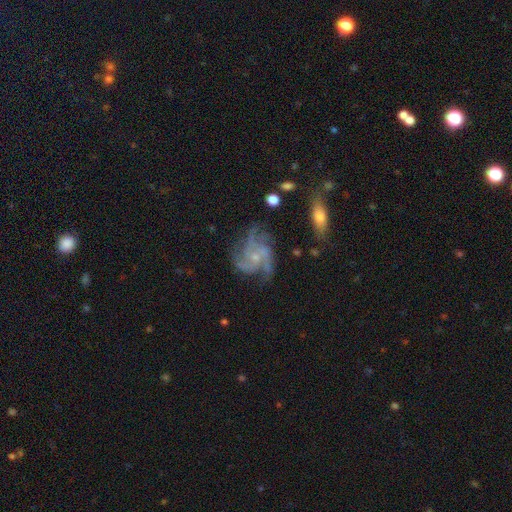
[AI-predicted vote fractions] A featured or disk galaxy (86%) with no bar (74%), 3 (36%, tied with 4) medium (51%) spiral arms (97%) and a small central bulge (71%). Merging: none (65%).